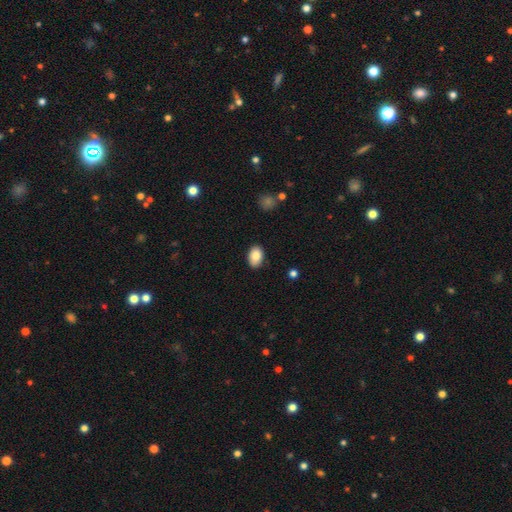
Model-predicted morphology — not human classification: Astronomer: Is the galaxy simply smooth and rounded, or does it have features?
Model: smooth — 85%.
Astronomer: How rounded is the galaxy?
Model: in between — 87%.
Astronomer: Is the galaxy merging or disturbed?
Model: none — 87%.